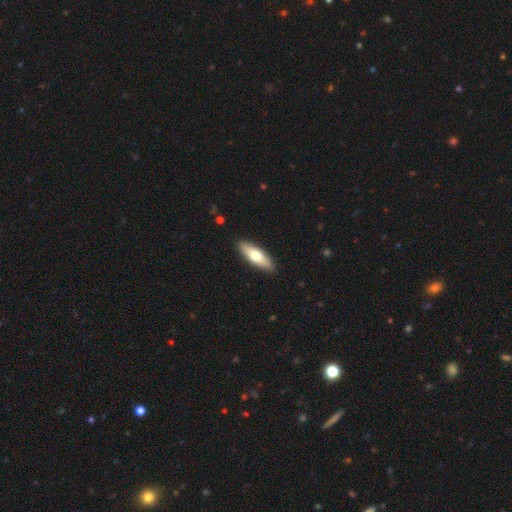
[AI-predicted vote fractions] This appears to be a smooth galaxy with no disk features (64%) that is in between round and cigar-shaped (52%). Merging: none (90%).